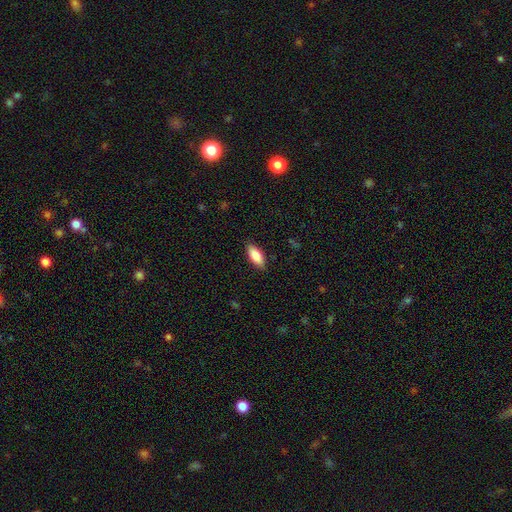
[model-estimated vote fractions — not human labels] Q: Smooth or featured?
A: smooth (82%); runner-up: featured or disk (12%)
Q: How rounded?
A: in between (79%); runner-up: cigar-shaped (19%)
Q: Merging?
A: none (88%); runner-up: minor disturbance (9%)